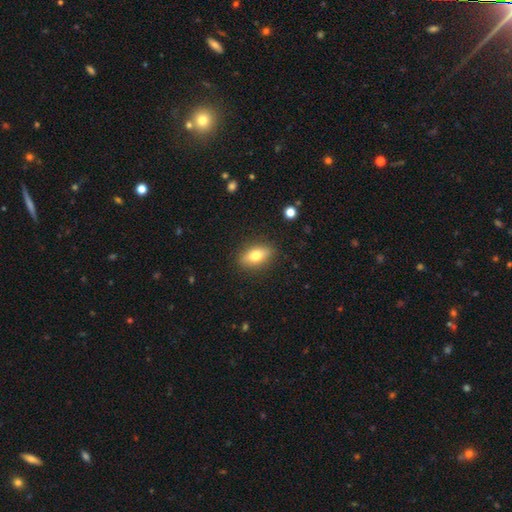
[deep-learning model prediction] A smooth galaxy with no disk features (68%) that is in between round and cigar-shaped (78%).

Vote fractions:
- Smooth or featured? smooth: 68% / featured or disk: 24% / star or artifact: 8%
- How rounded? in between: 78% / cigar-shaped: 13% / round: 8%
- Merging? none: 87% / minor disturbance: 9% / major disturbance: 2% / merger: 1%